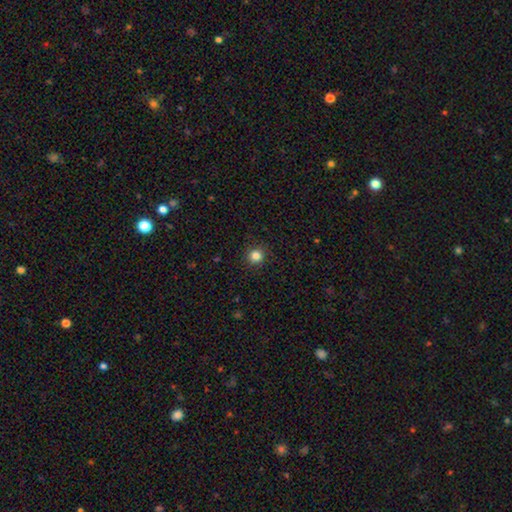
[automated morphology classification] Overall: smooth (83%). How rounded: round (94%). Merging: none (91%).